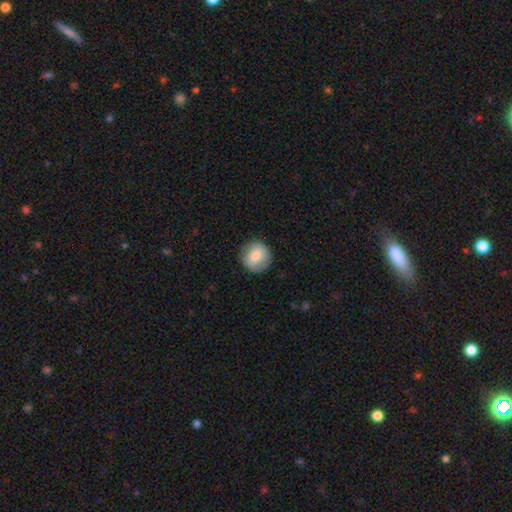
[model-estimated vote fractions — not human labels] Smooth or featured: smooth — 72% (featured or disk — 21%)
How rounded: round — 91% (in between — 8%)
Merging: none — 84% (minor disturbance — 11%)